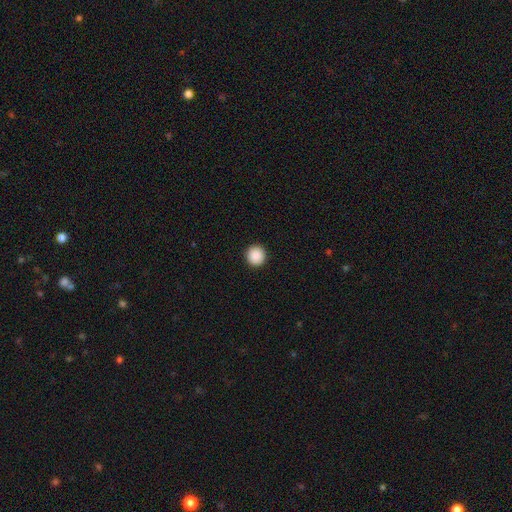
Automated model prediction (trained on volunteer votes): A smooth galaxy with no disk features (89%) that is round (96%). Merging: none (93%).